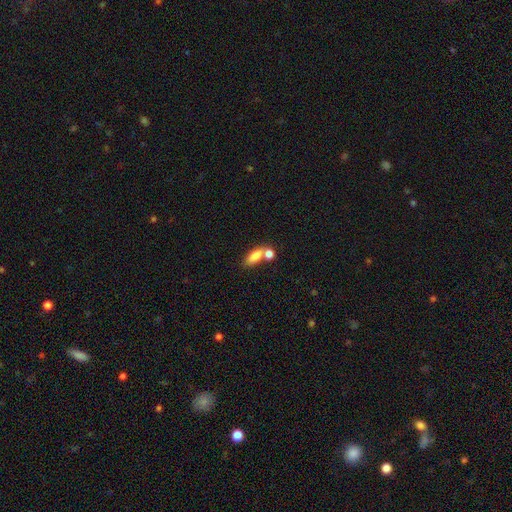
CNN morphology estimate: Smooth or featured? Predicted: smooth (p=0.81). How rounded? Predicted: in between (p=0.78). Merging? Predicted: merger (p=0.44).